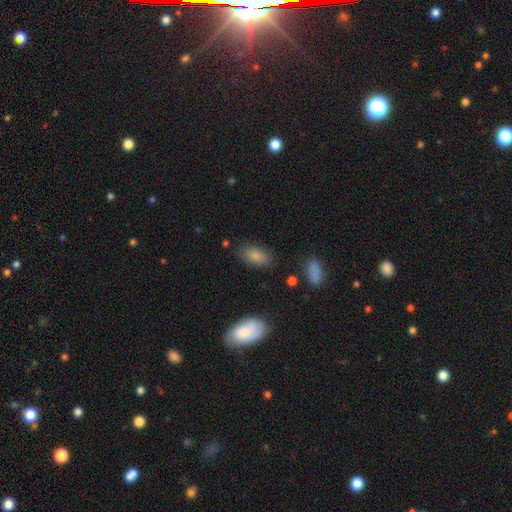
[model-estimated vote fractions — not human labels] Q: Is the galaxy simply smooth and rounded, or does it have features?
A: smooth — 83%.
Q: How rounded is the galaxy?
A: in between — 91%.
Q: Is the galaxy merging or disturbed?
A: none — 81%.